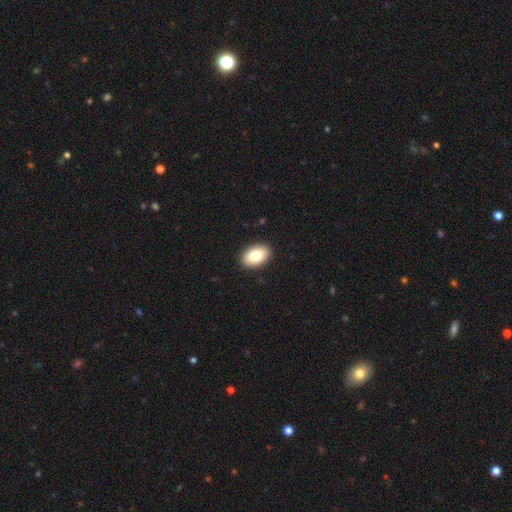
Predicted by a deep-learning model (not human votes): Smooth or featured: smooth — 81% (featured or disk — 12%)
How rounded: in between — 91% (round — 8%)
Merging: none — 91% (minor disturbance — 7%)